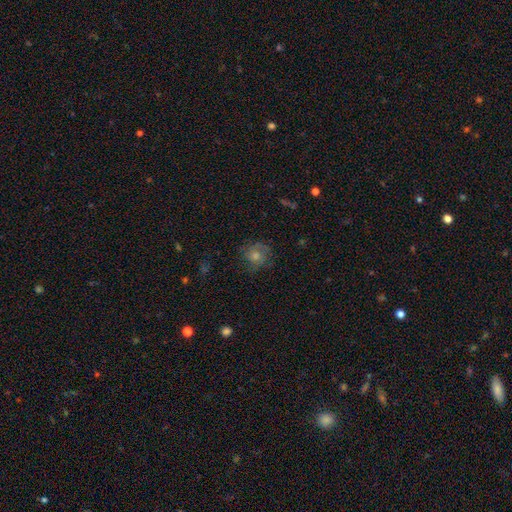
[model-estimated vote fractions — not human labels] featured or disk 56%, smooth 25%, star or artifact 19%. Down the decision tree: edge-on disk — no (97%); bar — no (77%); spiral arms — yes (89%); bulge size — moderate (60%); merging — none (77%).